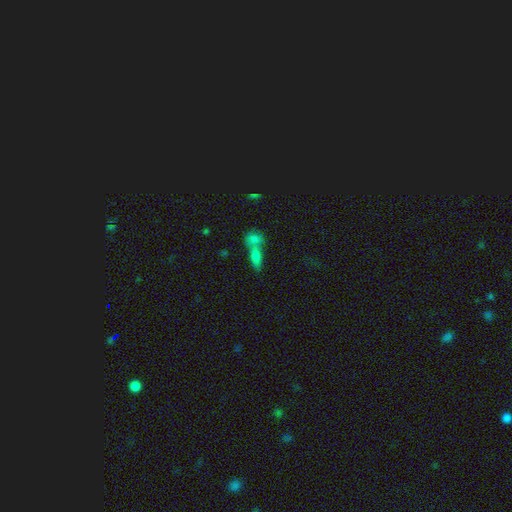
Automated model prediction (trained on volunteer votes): This appears to be a smooth galaxy with no disk features (73%) that is in between round and cigar-shaped (65%). Merging: merger (58%).